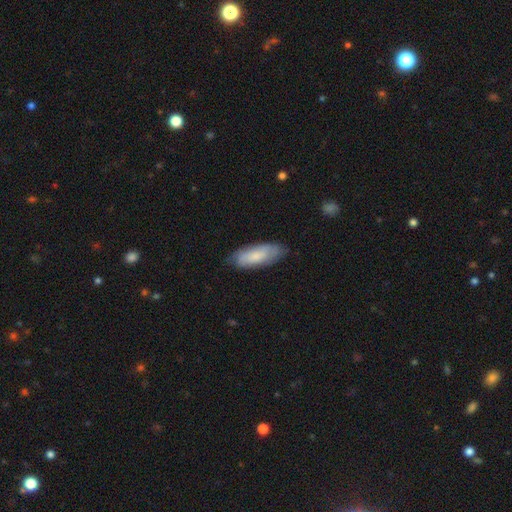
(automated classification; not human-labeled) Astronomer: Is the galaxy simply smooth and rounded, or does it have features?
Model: smooth — 68%.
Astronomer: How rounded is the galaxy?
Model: in between — 72%.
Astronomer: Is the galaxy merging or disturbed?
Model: none — 74%.